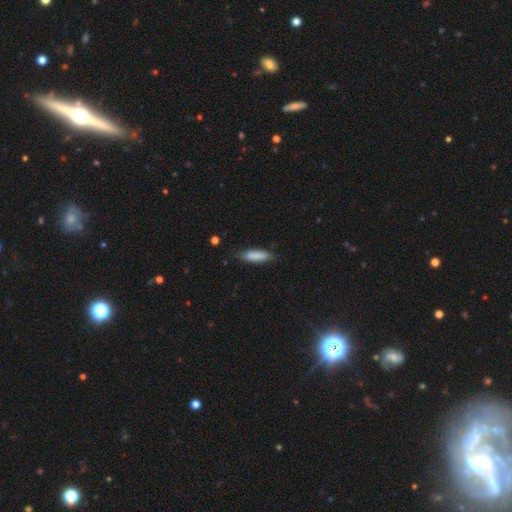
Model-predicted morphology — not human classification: Smooth or featured: smooth — 86% (featured or disk — 8%)
How rounded: cigar-shaped — 58% (in between — 41%)
Merging: none — 78% (minor disturbance — 18%)